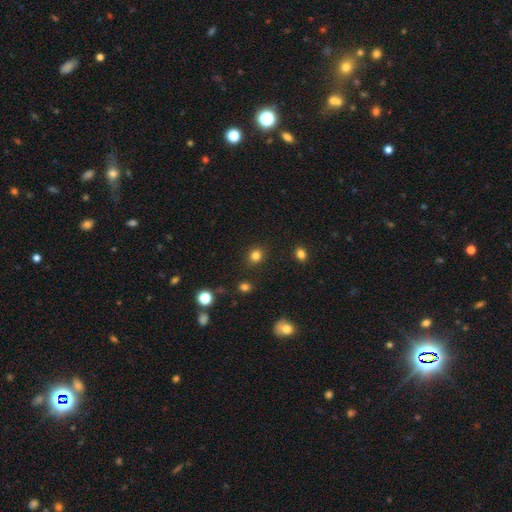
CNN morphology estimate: This appears to be a smooth galaxy with no disk features (82%) that is round (79%). Merging: none (88%).